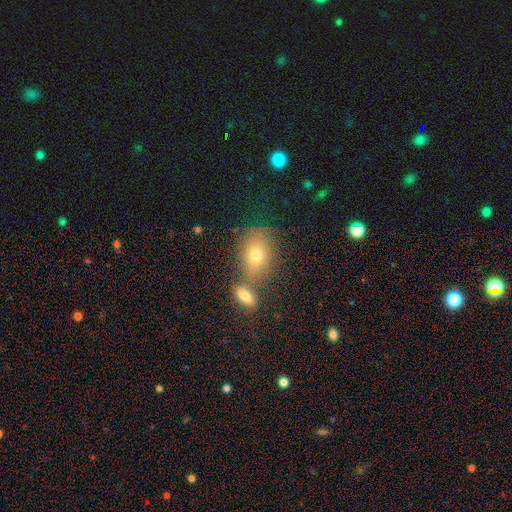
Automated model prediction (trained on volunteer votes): A smooth galaxy with no disk features (73%) that is in between round and cigar-shaped (77%).

Vote fractions:
- Smooth or featured? smooth: 73% / featured or disk: 16% / star or artifact: 11%
- How rounded? in between: 77% / round: 21% / cigar-shaped: 2%
- Merging? none: 56% / merger: 27% / minor disturbance: 12% / major disturbance: 5%